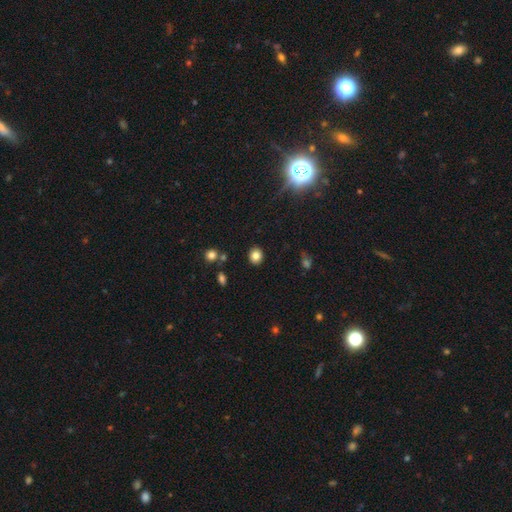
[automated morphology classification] This is clearly a smooth galaxy (82%). How rounded: likely round (66%). Merging: clearly none (88%).